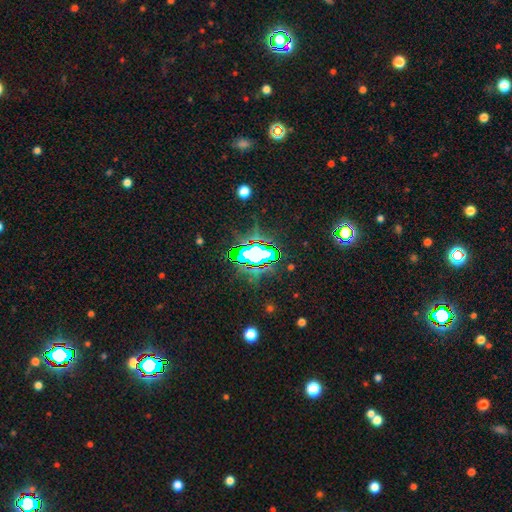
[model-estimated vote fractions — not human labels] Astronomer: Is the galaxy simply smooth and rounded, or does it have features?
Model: star or artifact — 69%.